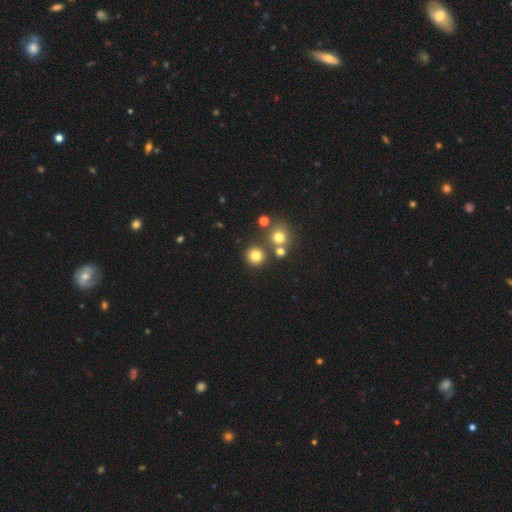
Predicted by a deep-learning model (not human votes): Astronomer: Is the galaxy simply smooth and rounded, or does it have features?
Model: smooth — 77%.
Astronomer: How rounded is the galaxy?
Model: round — 92%.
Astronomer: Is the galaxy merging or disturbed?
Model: none — 79%.